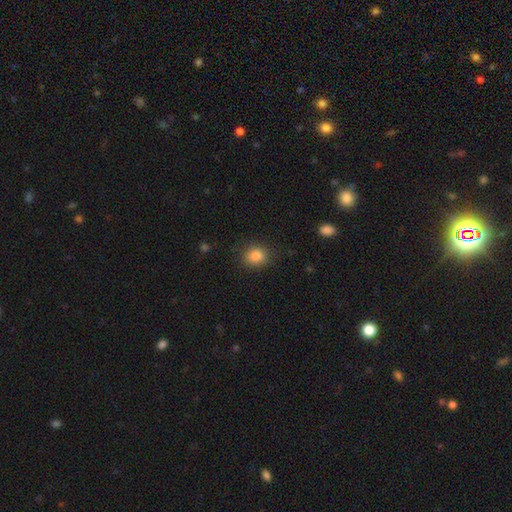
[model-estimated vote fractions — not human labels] smooth-or-featured: smooth: 86% | star or artifact: 10% | featured or disk: 4%
  how-rounded: round: 68% | in between: 31% | cigar-shaped: 1%
  merging: none: 84% | minor disturbance: 11% | major disturbance: 3% | merger: 1%